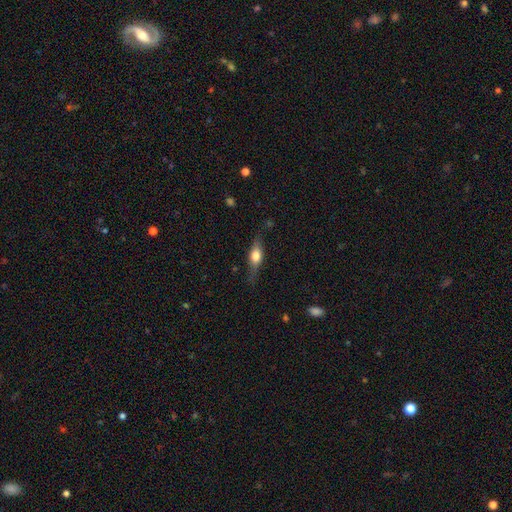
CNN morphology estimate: smooth-or-featured: smooth: 54% | featured or disk: 39% | star or artifact: 7%
  how-rounded: in between: 57% | cigar-shaped: 36% | round: 7%
  merging: none: 71% | minor disturbance: 21% | major disturbance: 6% | merger: 2%